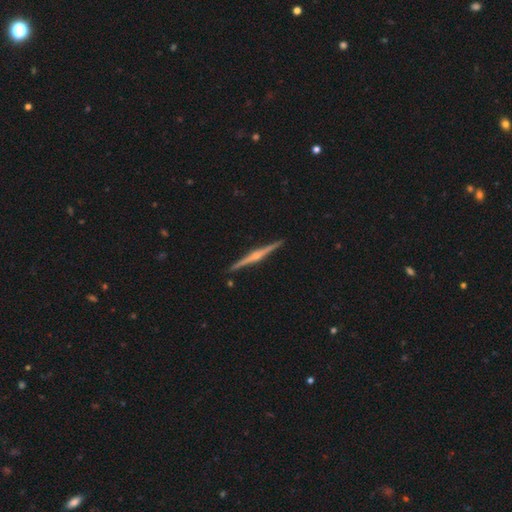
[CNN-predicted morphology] Smooth or featured? Predicted: featured or disk (p=0.85). Edge-on disk? Predicted: yes (p=0.99). Edge-on bulge? Predicted: rounded (p=0.85). Merging? Predicted: none (p=0.92).